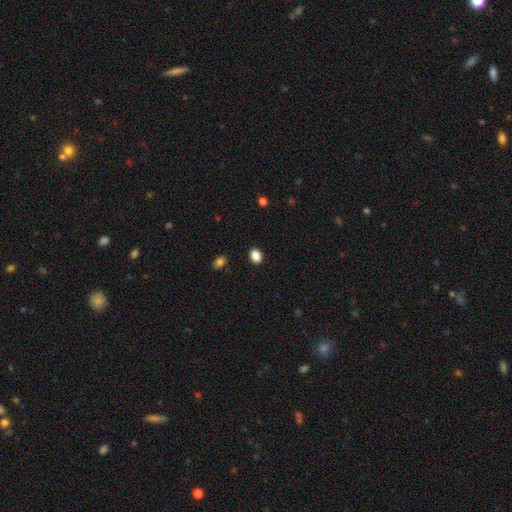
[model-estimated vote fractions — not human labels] This is clearly a smooth galaxy (88%). How rounded: likely in between (74%). Merging: clearly none (89%).